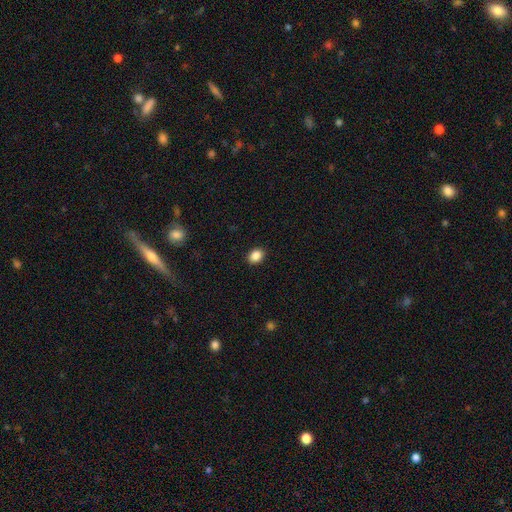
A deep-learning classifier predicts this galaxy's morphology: The model was most divided on "how rounded": in between: 63%, round: 36%, cigar-shaped: 1%. More confident: merging — none (91%); smooth or featured — smooth (88%).